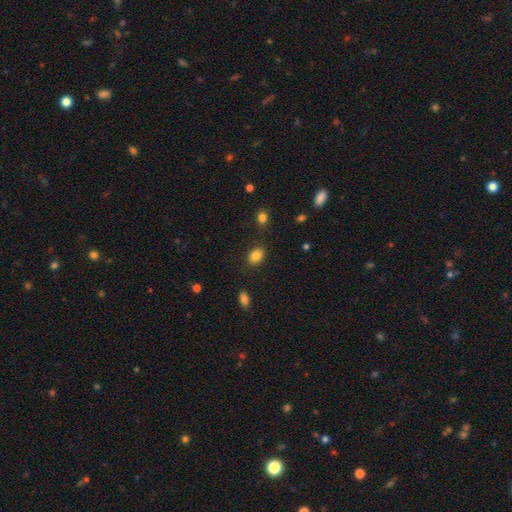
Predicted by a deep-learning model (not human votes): The model was most divided on "how rounded": in between: 72%, round: 27%, cigar-shaped: 1%. More confident: smooth or featured — smooth (85%); merging — none (83%).